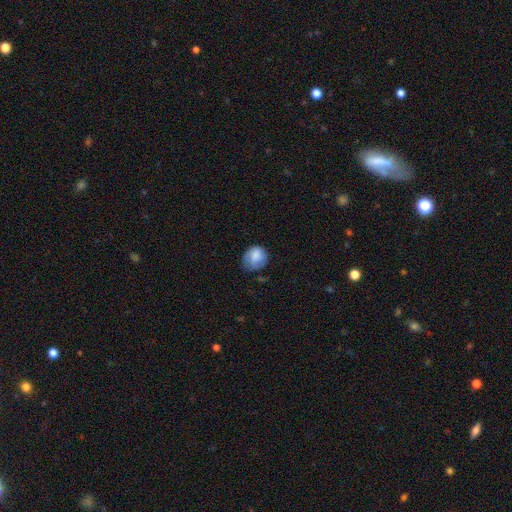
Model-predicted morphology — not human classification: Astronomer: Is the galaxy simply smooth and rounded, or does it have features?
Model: smooth — 76%.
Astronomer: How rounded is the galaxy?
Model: round — 64%.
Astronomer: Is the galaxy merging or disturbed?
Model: none — 47% (runner-up: minor disturbance, 35%).